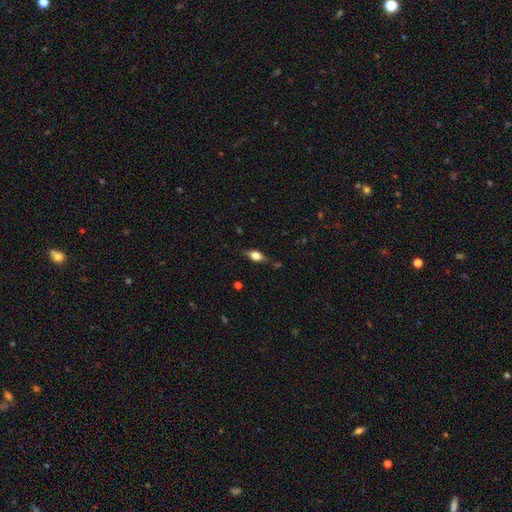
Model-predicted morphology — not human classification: Q: Smooth or featured?
A: smooth (59%); runner-up: featured or disk (32%)
Q: How rounded?
A: in between (77%); runner-up: cigar-shaped (16%)
Q: Merging?
A: none (74%); runner-up: minor disturbance (19%)